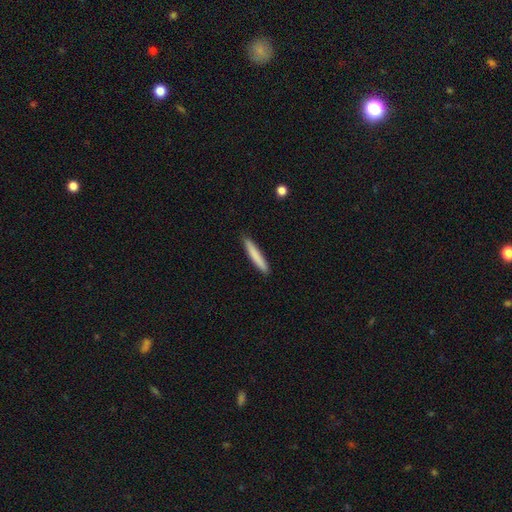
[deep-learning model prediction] The model was most divided on "smooth or featured": smooth: 81%, featured or disk: 14%, star or artifact: 6%. More confident: how rounded — cigar-shaped (94%); merging — none (91%).